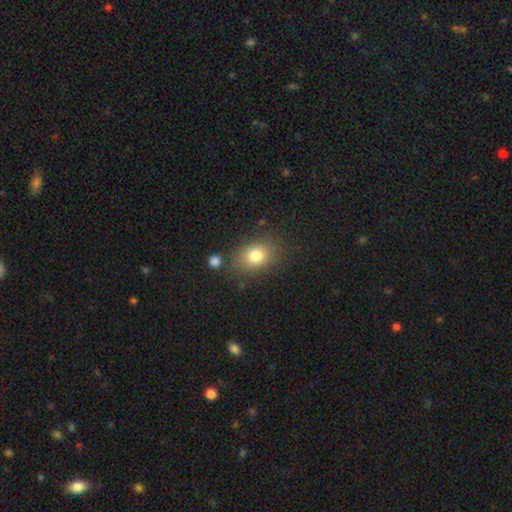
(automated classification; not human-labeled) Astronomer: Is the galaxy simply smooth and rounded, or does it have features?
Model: smooth — 79%.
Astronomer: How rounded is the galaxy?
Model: in between — 66%.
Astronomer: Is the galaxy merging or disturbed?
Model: none — 78%.